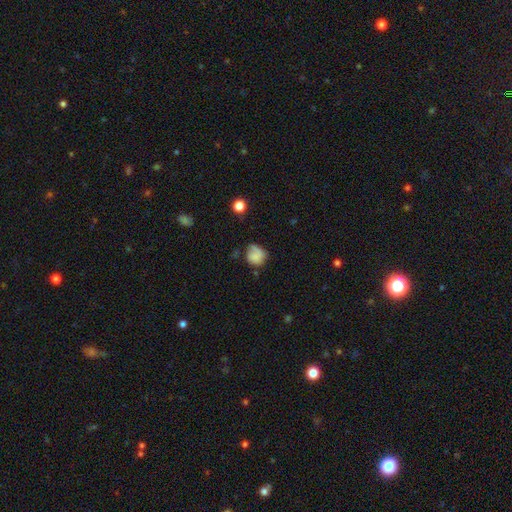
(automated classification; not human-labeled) Smooth or featured?
  - smooth: 74% *
  - featured or disk: 17%
  - star or artifact: 10%
How rounded?
  - round: 74% *
  - in between: 25%
  - cigar-shaped: 1%
Merging?
  - none: 48% *
  - minor disturbance: 33%
  - major disturbance: 15%
  - merger: 4%